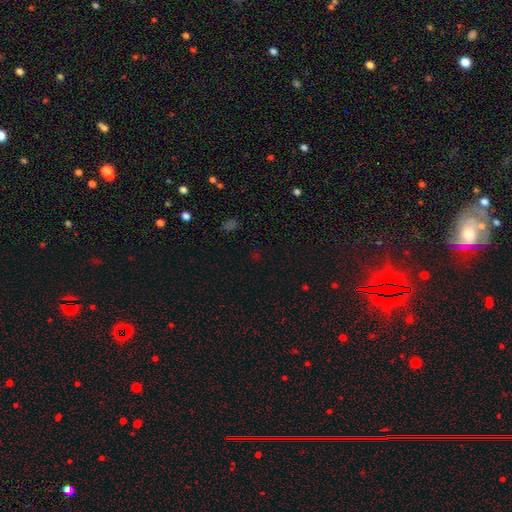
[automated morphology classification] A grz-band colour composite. It shows a star or artifact, not a galaxy (61%).